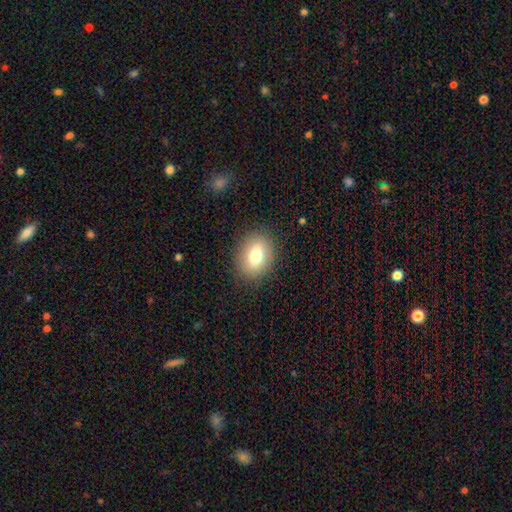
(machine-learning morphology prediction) type=smooth (74%); roundness=in between (65%); merging=none (86%).